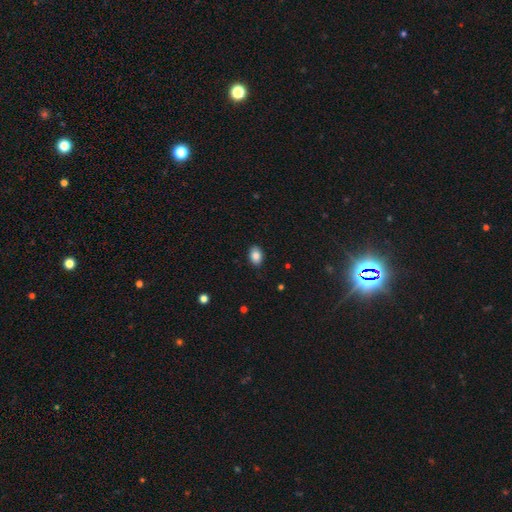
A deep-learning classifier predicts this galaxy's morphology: Q: Smooth or featured?
A: smooth (86%); runner-up: star or artifact (8%)
Q: How rounded?
A: in between (79%); runner-up: round (20%)
Q: Merging?
A: none (87%); runner-up: minor disturbance (10%)